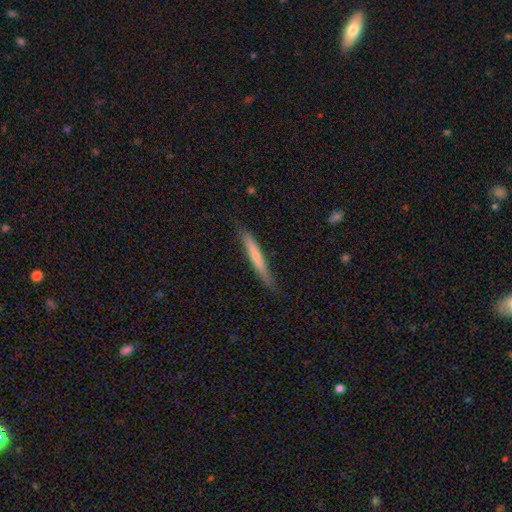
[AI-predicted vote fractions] This is likely a smooth galaxy (64%). How rounded: clearly cigar-shaped (96%). Merging: clearly none (81%).